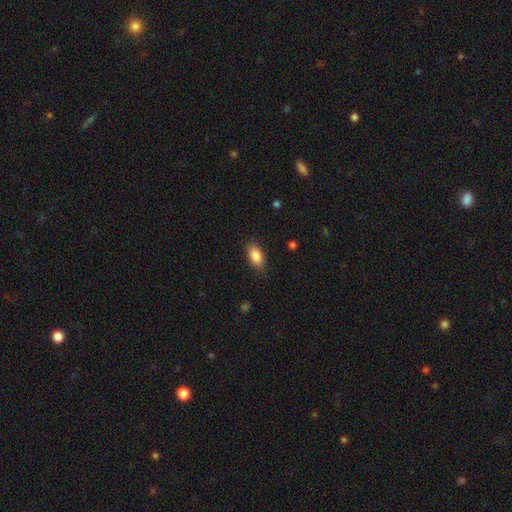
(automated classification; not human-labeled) smooth 88%, star or artifact 7%, featured or disk 5%. Down the decision tree: how rounded — in between (91%); merging — none (86%).